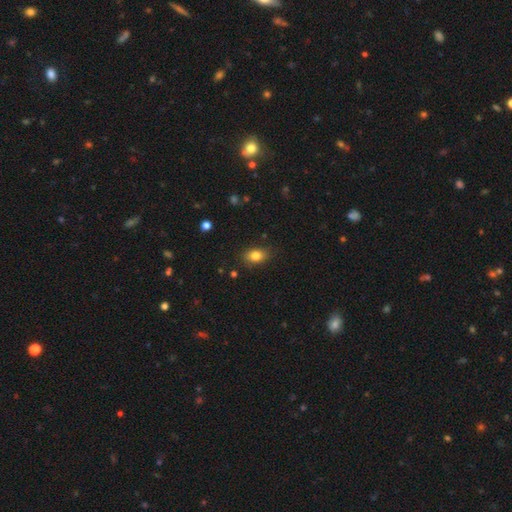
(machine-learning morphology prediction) This appears to be a smooth galaxy with no disk features (82%) that is in between round and cigar-shaped (79%). Merging: none (82%).